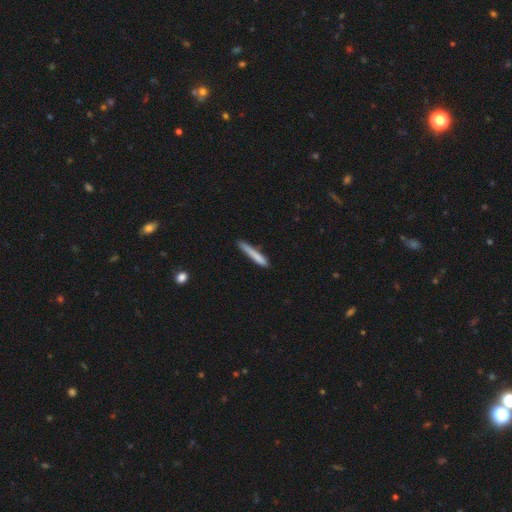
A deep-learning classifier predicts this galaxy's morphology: The model was most divided on "merging": none: 79%, minor disturbance: 16%, major disturbance: 3%, merger: 2%. More confident: how rounded — cigar-shaped (95%); smooth or featured — smooth (80%).